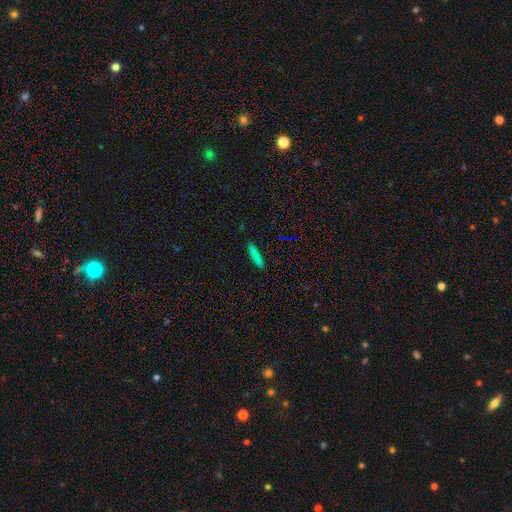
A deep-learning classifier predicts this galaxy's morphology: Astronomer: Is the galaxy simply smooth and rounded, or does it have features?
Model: smooth — 81%.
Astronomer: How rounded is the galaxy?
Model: cigar-shaped — 91%.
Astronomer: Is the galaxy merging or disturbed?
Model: none — 90%.